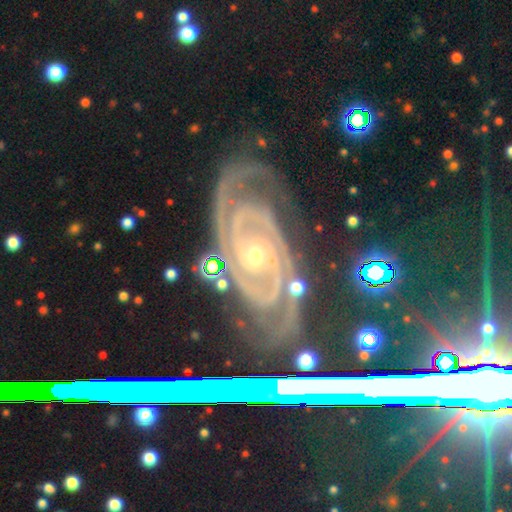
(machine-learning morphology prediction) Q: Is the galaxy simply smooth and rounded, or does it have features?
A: featured or disk — 86%.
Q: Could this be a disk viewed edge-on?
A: no — 96%.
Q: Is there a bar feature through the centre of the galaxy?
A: no — 69%.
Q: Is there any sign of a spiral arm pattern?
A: yes — 98%.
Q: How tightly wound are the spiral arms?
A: tight — 73%.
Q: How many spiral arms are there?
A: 2 — 61%.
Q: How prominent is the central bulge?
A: small — 61%.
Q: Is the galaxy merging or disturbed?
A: none — 74%.